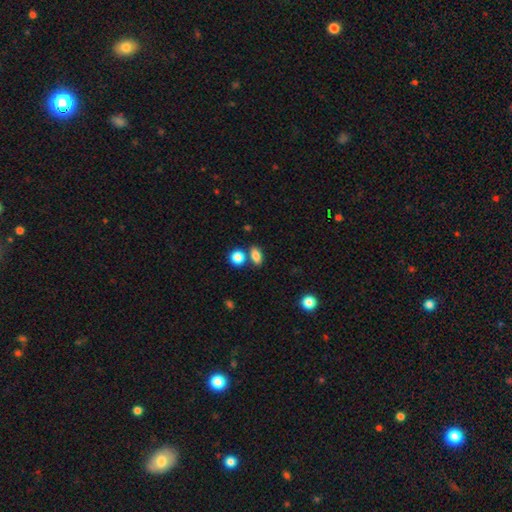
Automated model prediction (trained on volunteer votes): Smooth or featured? smooth (81%)
How rounded? in between (77%)
Merging? none (70%)